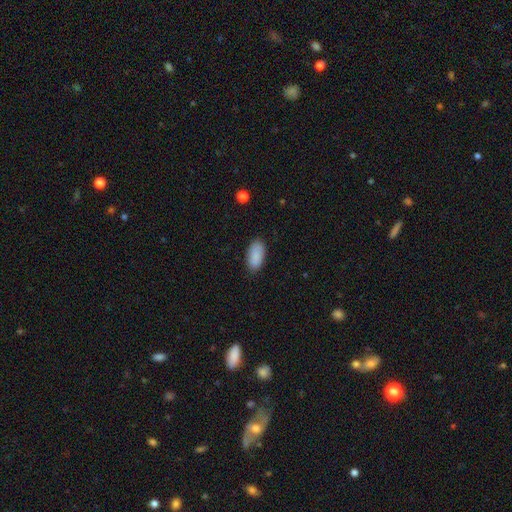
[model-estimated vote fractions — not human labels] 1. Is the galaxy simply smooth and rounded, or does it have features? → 89% smooth, 7% star or artifact, 5% featured or disk.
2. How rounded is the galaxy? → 93% in between, 5% cigar-shaped, 2% round.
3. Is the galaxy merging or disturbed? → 85% none, 12% minor disturbance, 2% major disturbance, 1% merger.